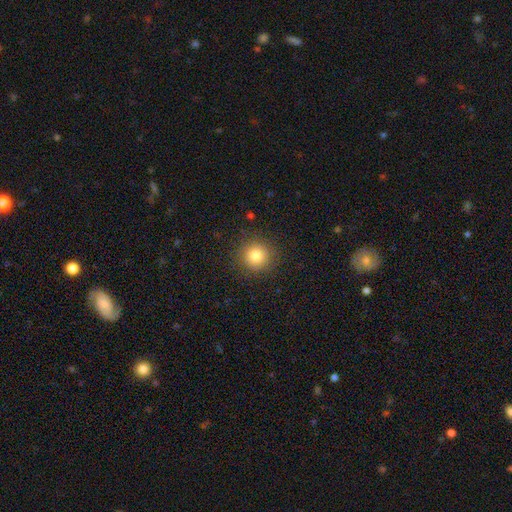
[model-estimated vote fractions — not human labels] Q: Smooth or featured?
A: smooth (82%); runner-up: star or artifact (12%)
Q: How rounded?
A: round (94%); runner-up: in between (5%)
Q: Merging?
A: none (89%); runner-up: minor disturbance (7%)